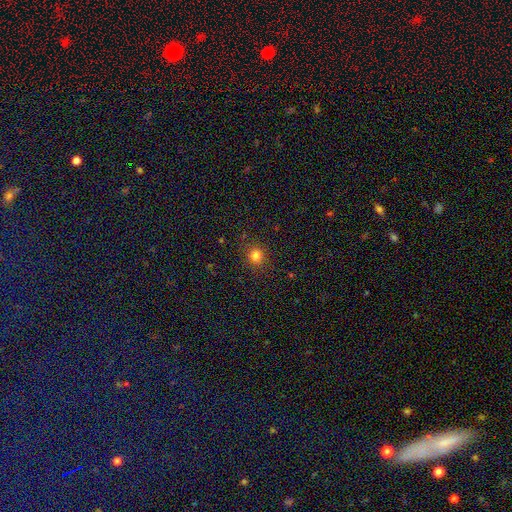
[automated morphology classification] This is likely a smooth galaxy (80%). How rounded: clearly round (86%). Merging: clearly none (88%).